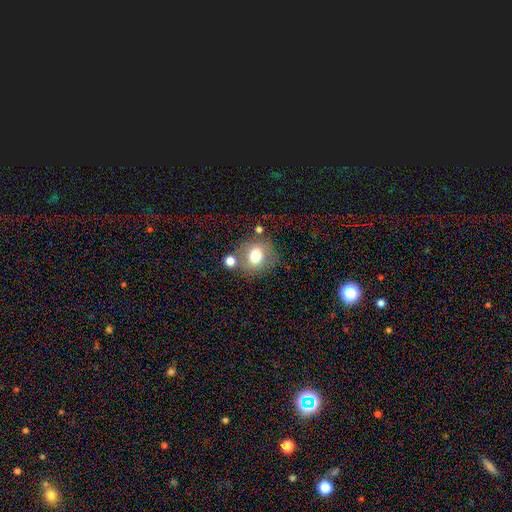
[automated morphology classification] The model was most divided on "how rounded": round: 71%, in between: 28%, cigar-shaped: 1%. More confident: smooth or featured — smooth (72%); merging — none (67%).